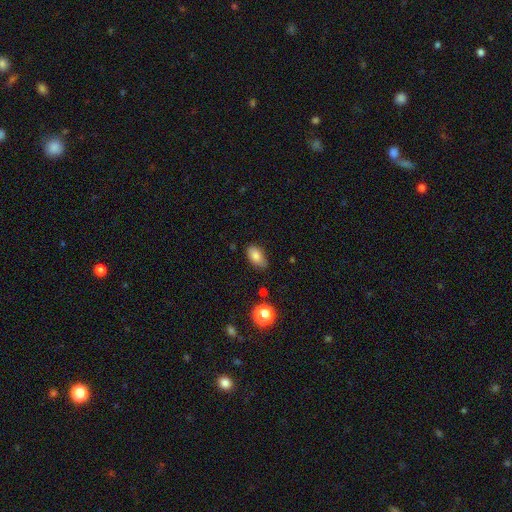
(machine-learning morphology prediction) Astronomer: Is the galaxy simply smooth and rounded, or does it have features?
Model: smooth — 82%.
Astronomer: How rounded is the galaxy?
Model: in between — 90%.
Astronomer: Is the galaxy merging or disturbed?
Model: none — 76%.